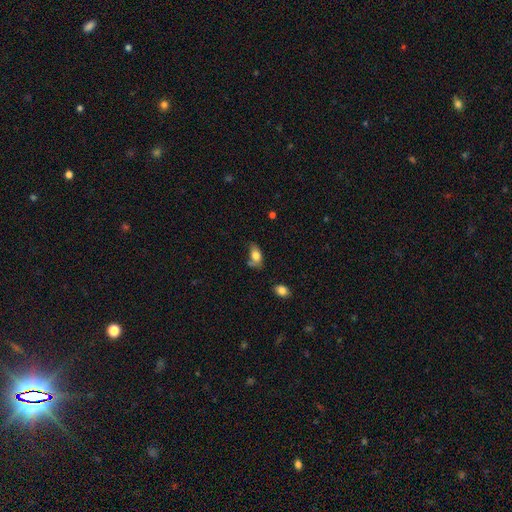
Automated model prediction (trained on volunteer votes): Smooth or featured? smooth (79%)
How rounded? in between (88%)
Merging? none (44%)